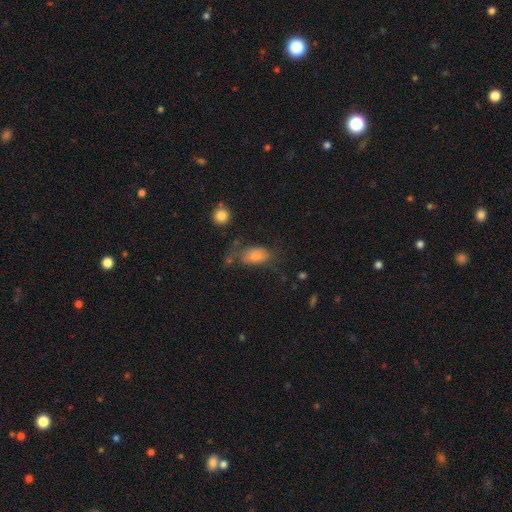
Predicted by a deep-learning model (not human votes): smooth 70%, featured or disk 19%, star or artifact 12%. Down the decision tree: how rounded — in between (87%); merging — none (50%).